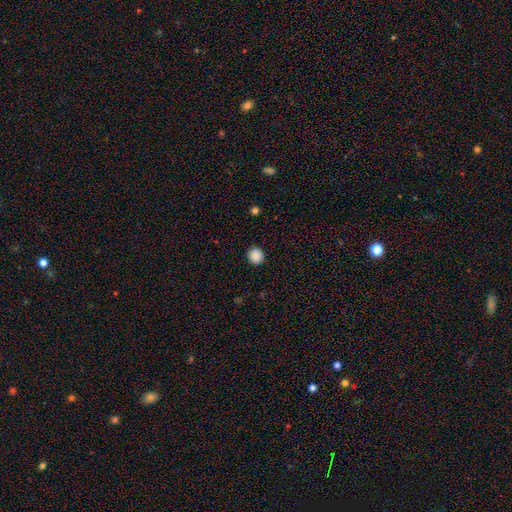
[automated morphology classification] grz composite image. It shows a smooth galaxy with no disk features (89%) that is round (91%). Merging: none (91%).